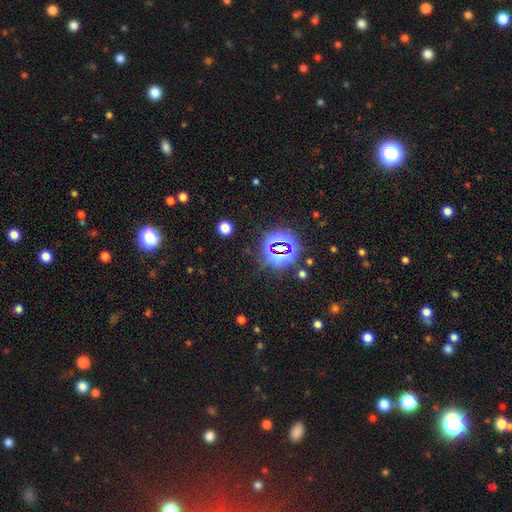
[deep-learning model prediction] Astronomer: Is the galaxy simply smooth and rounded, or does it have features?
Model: star or artifact — 79%.